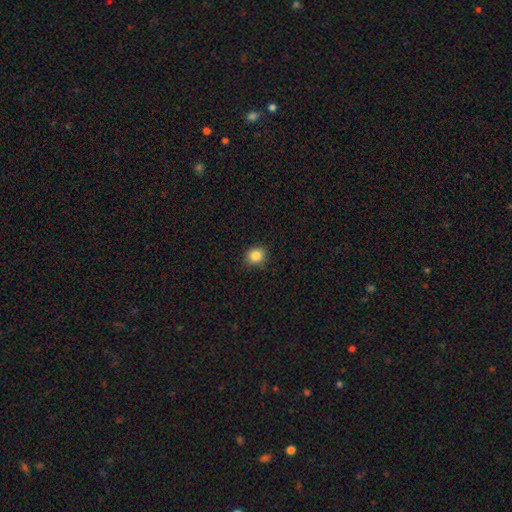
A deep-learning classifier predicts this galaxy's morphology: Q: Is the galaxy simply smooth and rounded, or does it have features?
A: smooth — 85%.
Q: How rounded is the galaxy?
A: round — 79%.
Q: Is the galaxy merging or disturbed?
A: none — 87%.